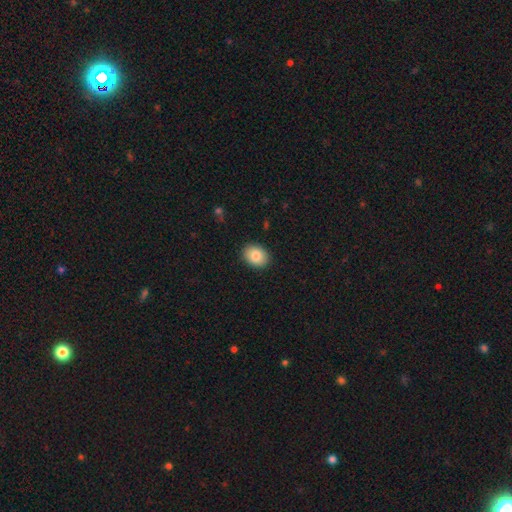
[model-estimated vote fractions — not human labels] A smooth galaxy with no disk features (84%) that is in between round and cigar-shaped (63%).

Vote fractions:
- Smooth or featured? smooth: 84% / featured or disk: 8% / star or artifact: 8%
- How rounded? in between: 63% / round: 36% / cigar-shaped: 1%
- Merging? none: 90% / minor disturbance: 7% / major disturbance: 2% / merger: 1%